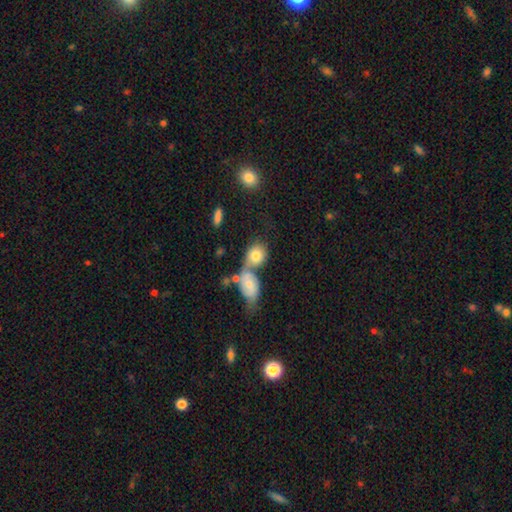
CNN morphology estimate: smooth_or_featured: smooth (p=0.75) [alt: featured or disk p=0.17]
how_rounded: round (p=0.56) [alt: in between p=0.42]
merging: merger (p=0.57) [alt: none p=0.26]